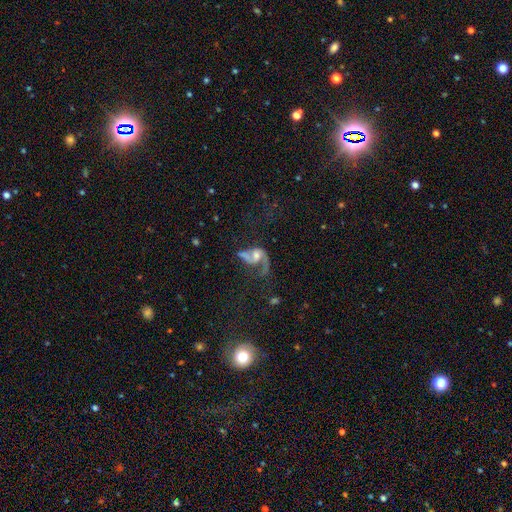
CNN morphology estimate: smooth-or-featured: featured or disk: 77% | smooth: 14% | star or artifact: 8%
  disk-edge-on: no: 97% | yes: 3%
    bar: no: 63% | weak: 29% | strong: 8%
    has-spiral-arms: yes: 87% | no: 13%
      spiral-winding: loose: 58% | medium: 32% | tight: 9%
      spiral-arm-count: 2: 57% | 1: 35% | can't tell: 4% | 3: 2% | 4: 1% | more than 4: 1%
    bulge-size: moderate: 51% | small: 29% | large: 11% | none: 7% | dominant: 2%
  merging: major disturbance: 46% | none: 29% | minor disturbance: 16% | merger: 10%